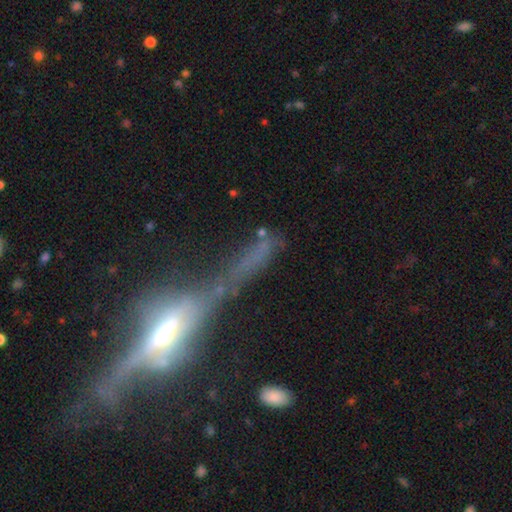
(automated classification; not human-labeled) The model was most divided on "smooth or featured": featured or disk: 41%, smooth: 36%, star or artifact: 22%. Remaining: merging — none (32%).